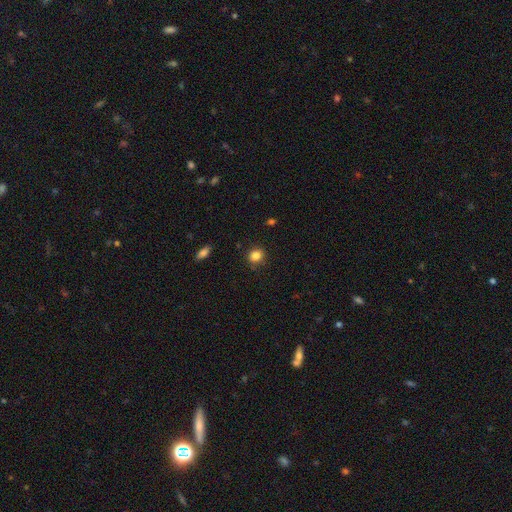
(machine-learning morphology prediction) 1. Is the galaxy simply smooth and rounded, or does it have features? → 84% smooth, 11% star or artifact, 5% featured or disk.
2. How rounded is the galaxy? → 80% round, 19% in between, 1% cigar-shaped.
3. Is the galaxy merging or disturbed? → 86% none, 10% minor disturbance, 2% major disturbance, 1% merger.